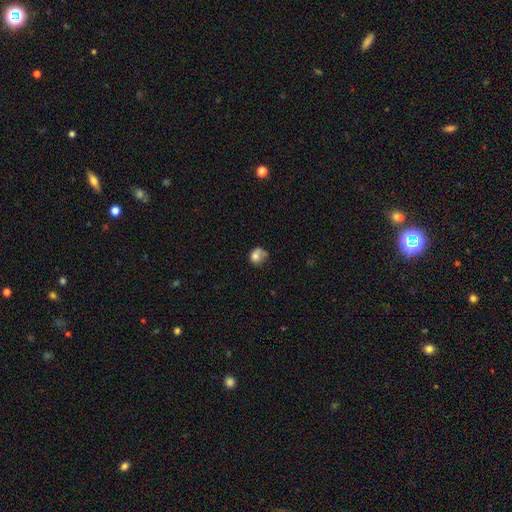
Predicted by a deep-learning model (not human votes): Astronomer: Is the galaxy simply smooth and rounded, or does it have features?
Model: smooth — 71%.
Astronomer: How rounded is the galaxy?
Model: round — 62%.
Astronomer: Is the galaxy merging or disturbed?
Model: none — 36% (runner-up: minor disturbance, 29%).